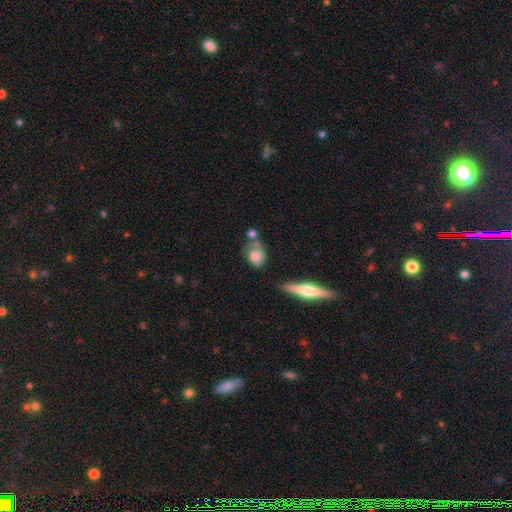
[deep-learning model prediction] Smooth or featured: smooth — 65% (featured or disk — 27%)
How rounded: in between — 57% (round — 39%)
Merging: none — 40% (minor disturbance — 26%)